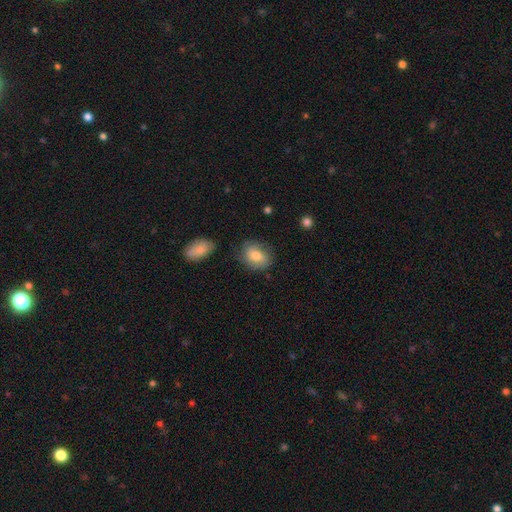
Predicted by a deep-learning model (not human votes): smooth-or-featured: smooth: 70% | featured or disk: 22% | star or artifact: 8%
  how-rounded: in between: 54% | round: 45% | cigar-shaped: 1%
  merging: none: 71% | minor disturbance: 20% | major disturbance: 6% | merger: 3%